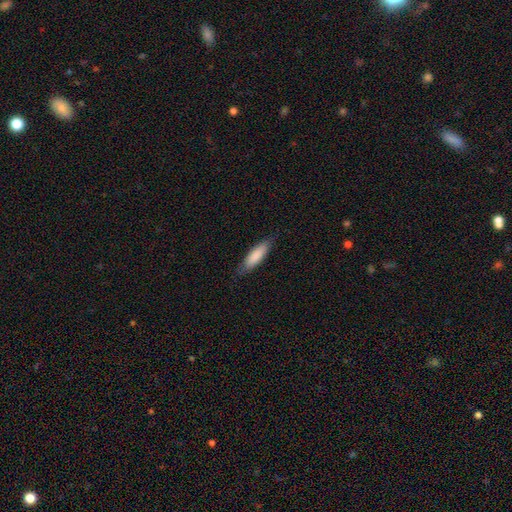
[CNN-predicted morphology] Smooth or featured? Predicted: smooth (p=0.84). How rounded? Predicted: cigar-shaped (p=0.56). Merging? Predicted: none (p=0.82).